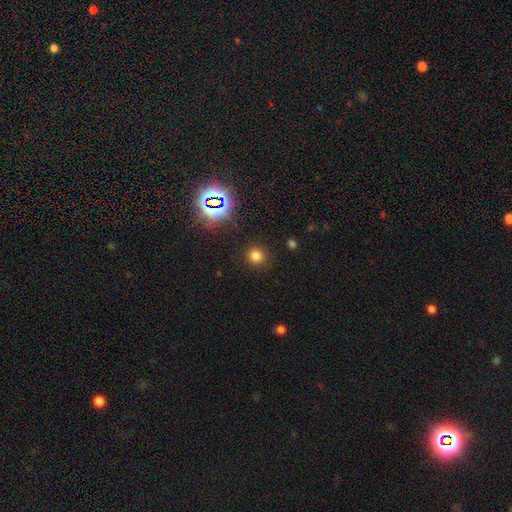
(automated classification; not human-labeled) Morphology: type=smooth (73%); roundness=round (92%); merging=none (89%).